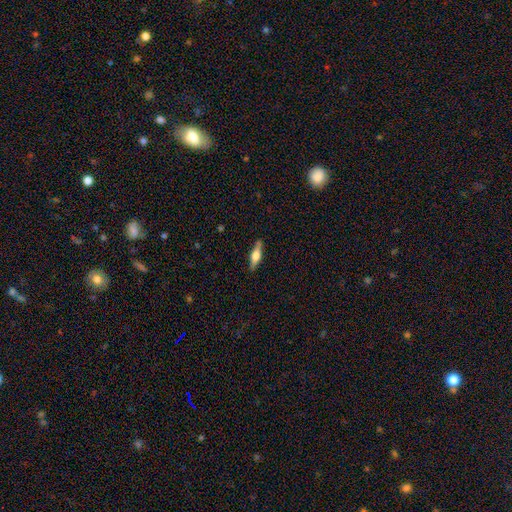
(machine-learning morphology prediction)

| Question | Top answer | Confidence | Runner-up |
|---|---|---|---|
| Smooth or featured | featured or disk | 50% | smooth (44%) |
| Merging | none | 85% | minor disturbance (11%) |